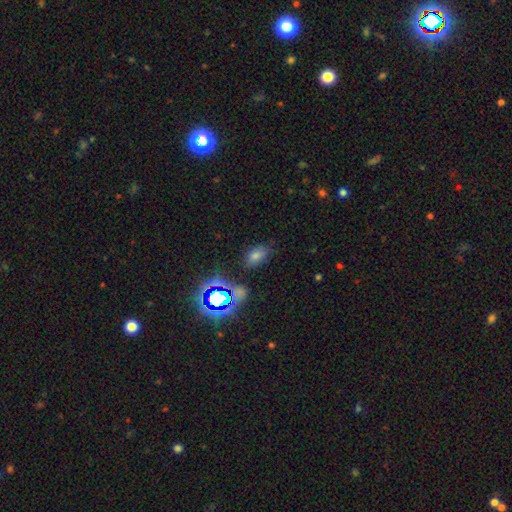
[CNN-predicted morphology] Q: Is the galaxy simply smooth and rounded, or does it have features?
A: smooth — 56%.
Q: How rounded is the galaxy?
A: in between — 85%.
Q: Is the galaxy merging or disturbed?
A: none — 81%.